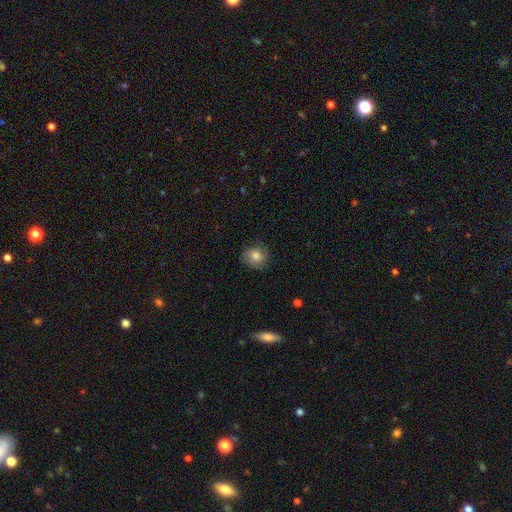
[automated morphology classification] This appears to be a smooth galaxy with no disk features (69%) that is round (79%). Merging: none (75%).